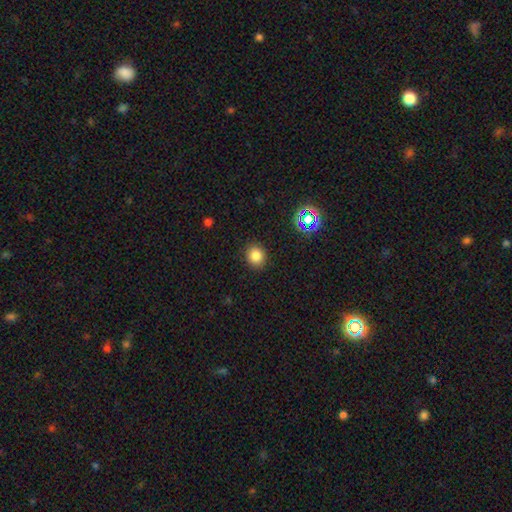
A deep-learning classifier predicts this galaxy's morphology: A smooth galaxy with no disk features (81%) that is round (81%).

Vote fractions:
- Smooth or featured? smooth: 81% / star or artifact: 14% / featured or disk: 5%
- How rounded? round: 81% / in between: 18% / cigar-shaped: 1%
- Merging? none: 90% / minor disturbance: 7% / major disturbance: 2% / merger: 1%